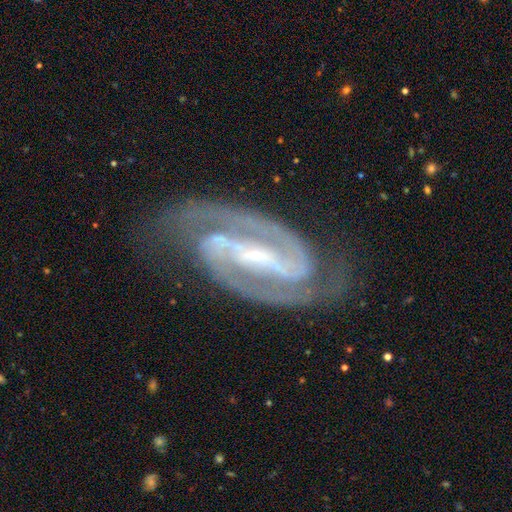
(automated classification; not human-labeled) Morphology: type=featured or disk (94%); edge-on=no (97%); bar=strong (76%); spiral arms=yes (99%); winding=medium (51%); arm count=2 (93%); bulge=small (81%); merging=none (78%).